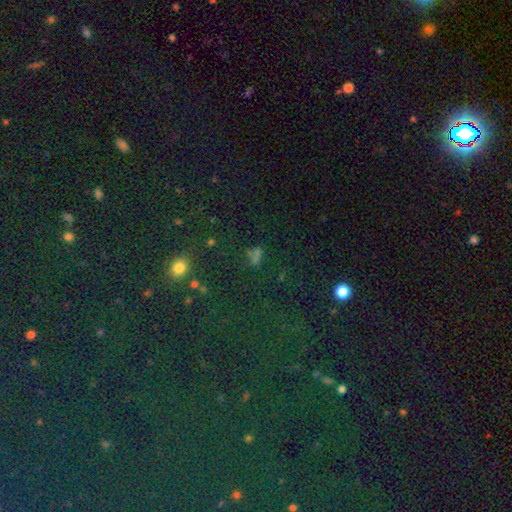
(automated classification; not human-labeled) A star or artifact, not a galaxy (46%).